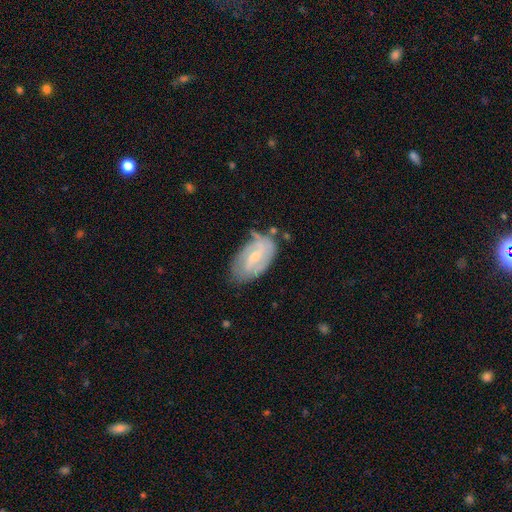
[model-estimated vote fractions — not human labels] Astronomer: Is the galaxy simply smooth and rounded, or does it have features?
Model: featured or disk — 76%.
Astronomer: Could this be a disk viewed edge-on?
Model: no — 96%.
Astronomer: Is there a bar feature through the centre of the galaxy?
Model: weak — 56%.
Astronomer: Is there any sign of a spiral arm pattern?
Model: yes — 90%.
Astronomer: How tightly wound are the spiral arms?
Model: tight — 45% (runner-up: medium, 40%).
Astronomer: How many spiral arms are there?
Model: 2 — 57%.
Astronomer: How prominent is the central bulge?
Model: small — 59% (runner-up: moderate, 36%).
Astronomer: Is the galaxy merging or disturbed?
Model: none — 64%.